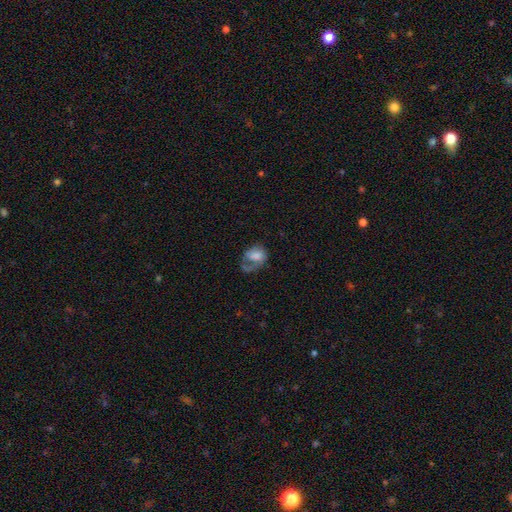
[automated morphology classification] A smooth galaxy with no disk features (58%) that is in between round and cigar-shaped (66%).

Vote fractions:
- Smooth or featured? smooth: 58% / featured or disk: 32% / star or artifact: 10%
- How rounded? in between: 66% / round: 33% / cigar-shaped: 1%
- Merging? major disturbance: 46% / none: 25% / minor disturbance: 23% / merger: 5%